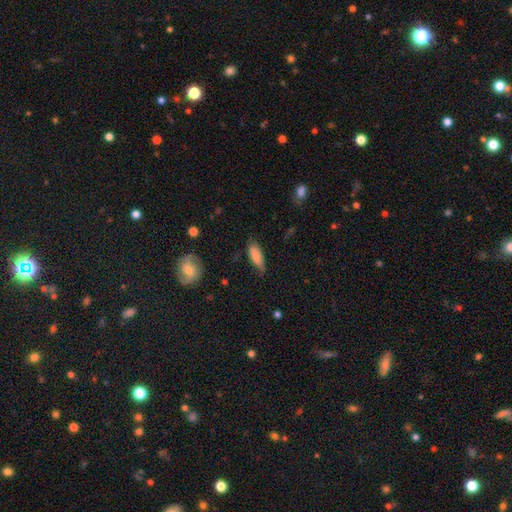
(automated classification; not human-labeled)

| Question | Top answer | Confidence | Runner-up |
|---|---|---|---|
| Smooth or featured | smooth | 77% | featured or disk (17%) |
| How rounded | in between | 71% | cigar-shaped (27%) |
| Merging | none | 60% | minor disturbance (32%) |